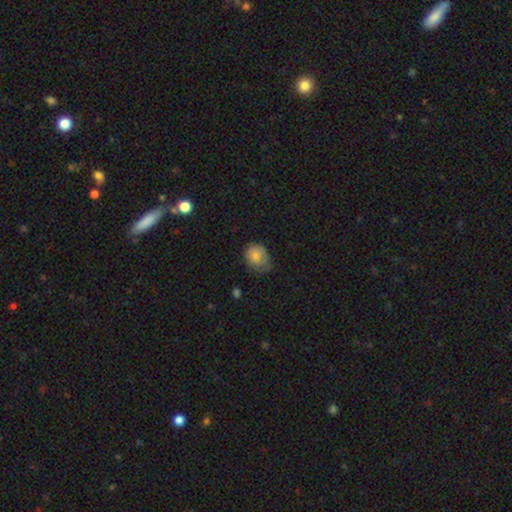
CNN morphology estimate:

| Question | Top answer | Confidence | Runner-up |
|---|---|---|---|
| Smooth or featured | smooth | 78% | featured or disk (13%) |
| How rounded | round | 58% | in between (42%) |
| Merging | none | 53% | minor disturbance (36%) |